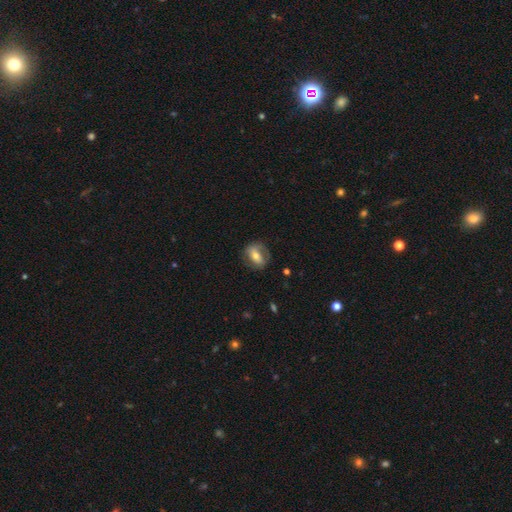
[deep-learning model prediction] Smooth or featured: smooth — 49% (featured or disk — 44%)
Merging: none — 69% (minor disturbance — 19%)